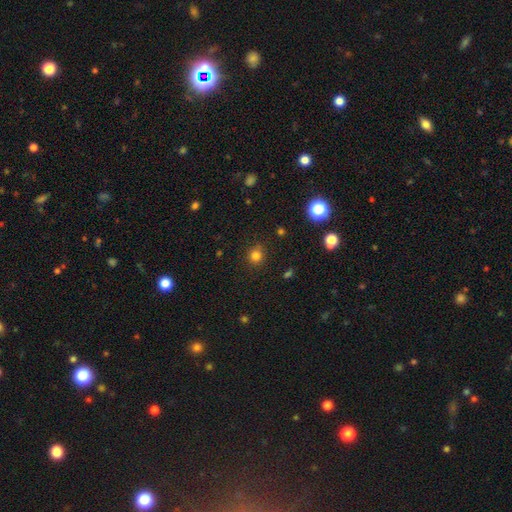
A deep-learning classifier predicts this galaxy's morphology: Q: Smooth or featured?
A: smooth (79%); runner-up: star or artifact (15%)
Q: How rounded?
A: round (89%); runner-up: in between (10%)
Q: Merging?
A: none (87%); runner-up: minor disturbance (9%)